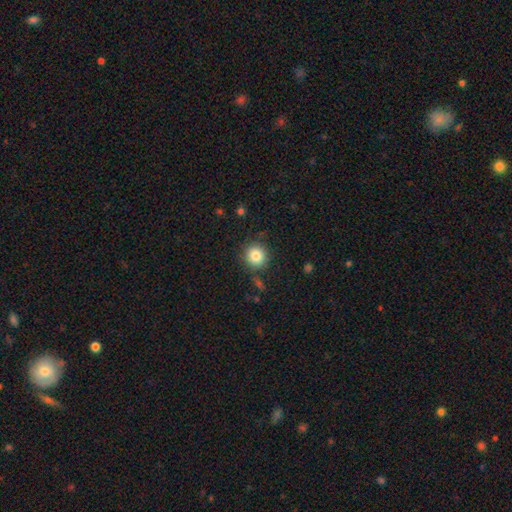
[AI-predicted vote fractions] Smooth or featured: smooth — 83% (star or artifact — 10%)
How rounded: round — 91% (in between — 8%)
Merging: none — 85% (minor disturbance — 9%)